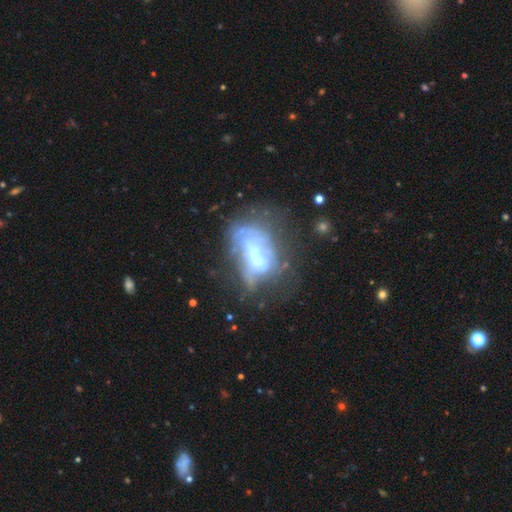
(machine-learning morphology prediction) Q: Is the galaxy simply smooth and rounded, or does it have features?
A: featured or disk — 66%.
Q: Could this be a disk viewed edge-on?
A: no — 93%.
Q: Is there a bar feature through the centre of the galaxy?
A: no — 46%.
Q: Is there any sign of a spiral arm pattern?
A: no — 54%.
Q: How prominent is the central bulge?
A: moderate — 43%.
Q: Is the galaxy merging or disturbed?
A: none — 36%.